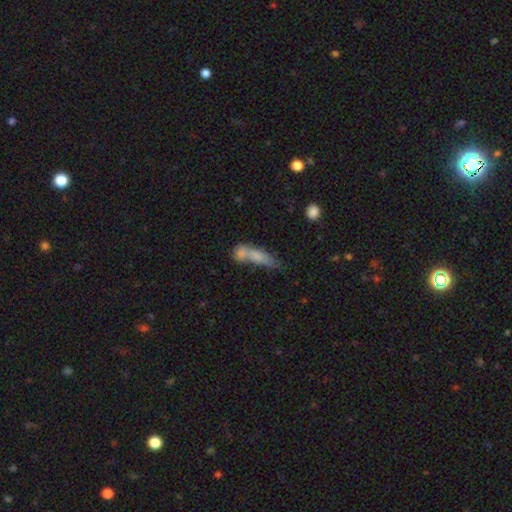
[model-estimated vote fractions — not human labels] Overall: smooth (68%). How rounded: cigar-shaped (51%; in between 44%). Merging: merger (48%; none 28%).